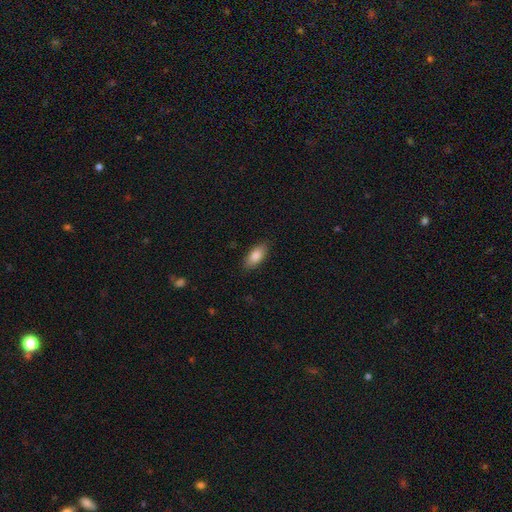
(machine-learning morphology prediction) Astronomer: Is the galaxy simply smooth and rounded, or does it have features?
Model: smooth — 85%.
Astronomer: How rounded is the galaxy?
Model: in between — 88%.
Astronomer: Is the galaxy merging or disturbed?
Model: none — 86%.